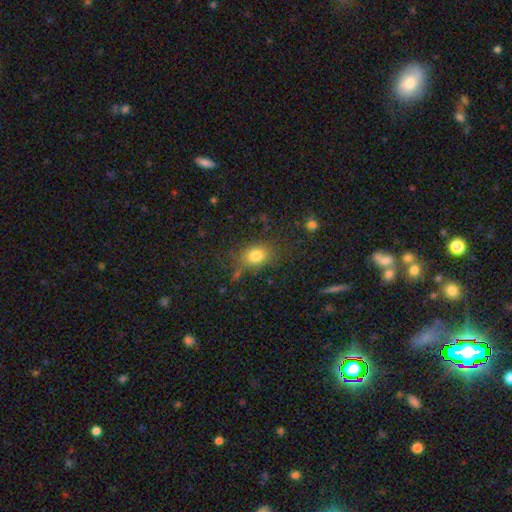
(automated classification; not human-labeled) Smooth or featured: smooth — 79% (star or artifact — 12%)
How rounded: in between — 56% (round — 42%)
Merging: none — 74% (minor disturbance — 16%)